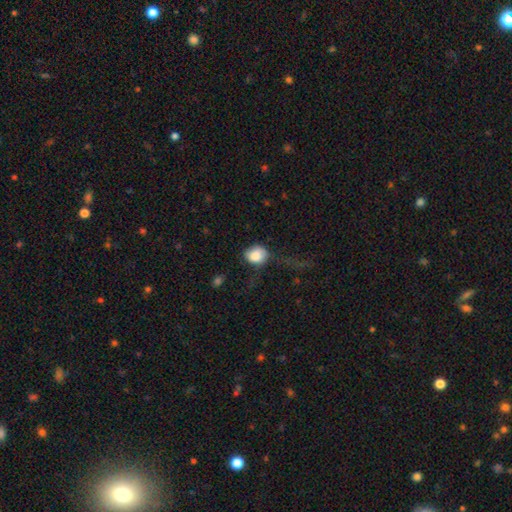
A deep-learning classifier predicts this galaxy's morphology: Overall: smooth (83%). How rounded: round (65%; in between 34%). Merging: none (37%; major disturbance 32%).